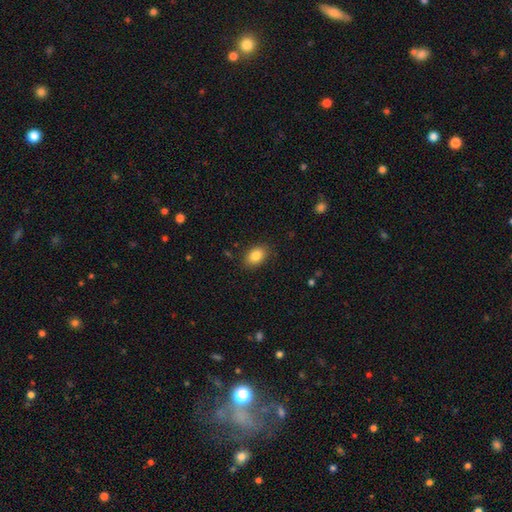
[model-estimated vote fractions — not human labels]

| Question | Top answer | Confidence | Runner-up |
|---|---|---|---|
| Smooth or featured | smooth | 85% | star or artifact (8%) |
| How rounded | in between | 82% | round (17%) |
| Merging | none | 86% | minor disturbance (10%) |